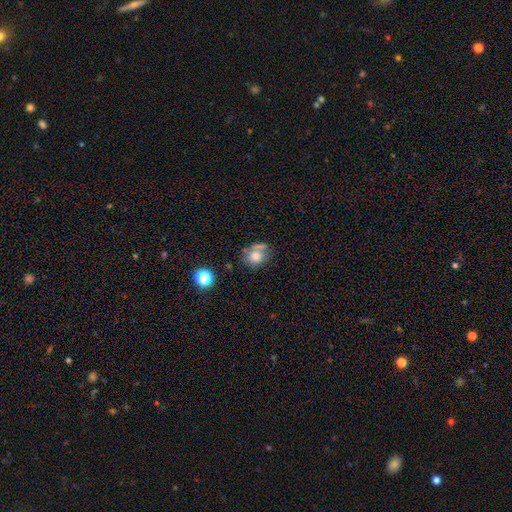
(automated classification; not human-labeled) The model was most divided on "how rounded": round: 62%, in between: 37%, cigar-shaped: 1%. More confident: smooth or featured — smooth (67%); merging — none (50%).